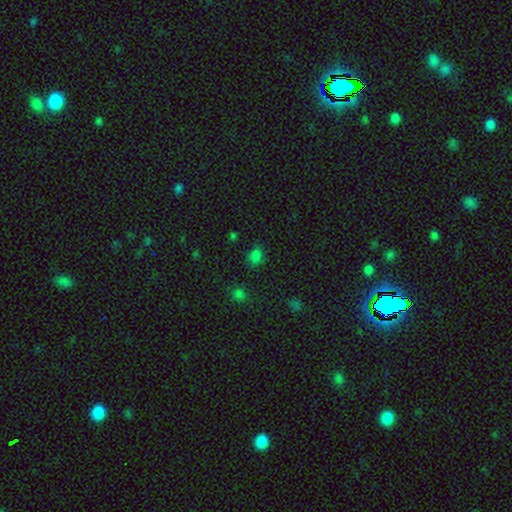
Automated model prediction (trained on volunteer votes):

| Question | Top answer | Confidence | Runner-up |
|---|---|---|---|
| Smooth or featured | smooth | 74% | star or artifact (22%) |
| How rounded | round | 51% | in between (48%) |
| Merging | none | 76% | minor disturbance (16%) |